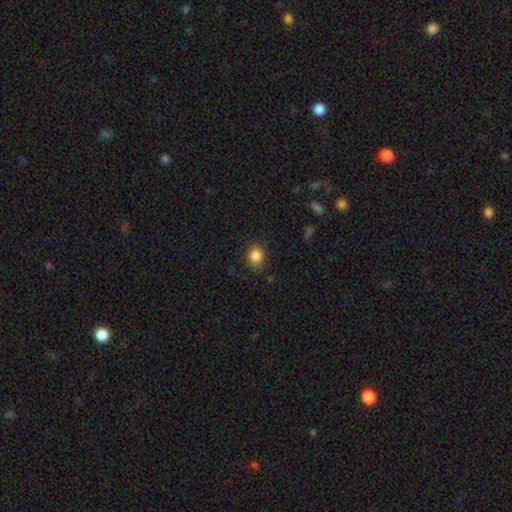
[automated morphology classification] type=smooth (85%); roundness=round (54%); merging=none (84%).